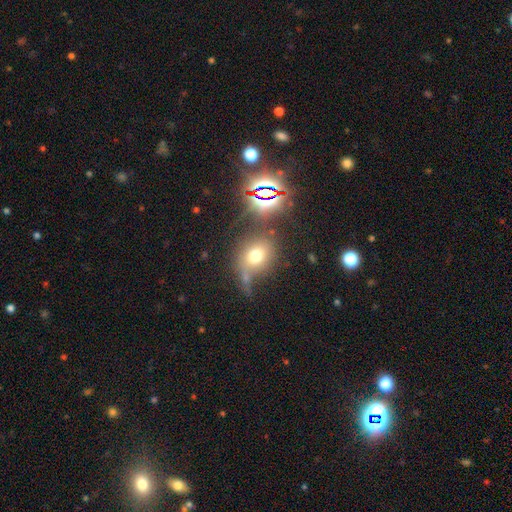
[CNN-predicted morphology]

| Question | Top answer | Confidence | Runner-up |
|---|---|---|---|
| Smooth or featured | smooth | 61% | star or artifact (21%) |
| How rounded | round | 58% | in between (40%) |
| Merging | none | 54% | minor disturbance (19%) |